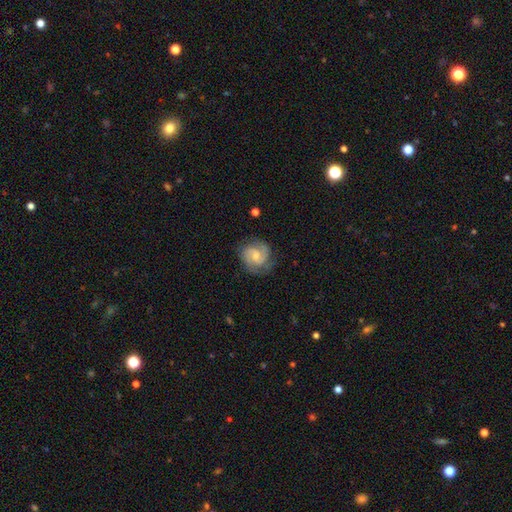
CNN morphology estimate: Smooth or featured? featured or disk (82%)
Edge-on disk? no (98%)
Bar? weak (49%)
Spiral arms? yes (97%)
Spiral winding? medium (46%)
Spiral arm count? 2 (81%)
Bulge size? small (47%)
Merging? none (77%)